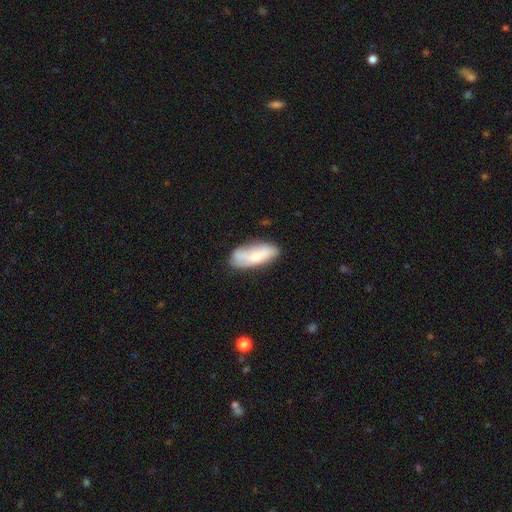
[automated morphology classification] Smooth or featured? Predicted: smooth (p=0.63). How rounded? Predicted: in between (p=0.79). Merging? Predicted: none (p=0.60).